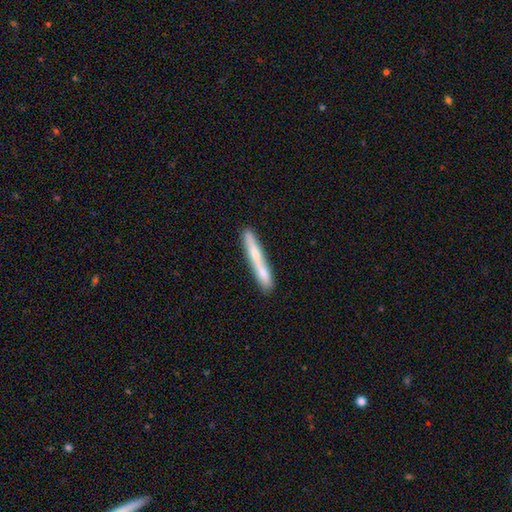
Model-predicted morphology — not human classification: Smooth or featured? Predicted: smooth (p=0.53). How rounded? Predicted: cigar-shaped (p=0.95). Merging? Predicted: none (p=0.71).